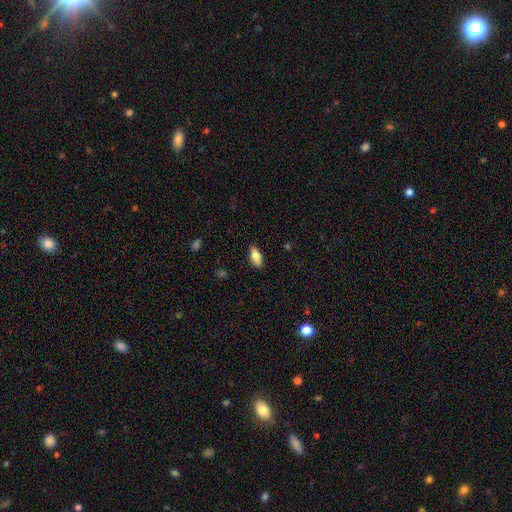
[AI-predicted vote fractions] This is likely a smooth galaxy (78%). How rounded: clearly in between (81%). Merging: clearly none (87%).